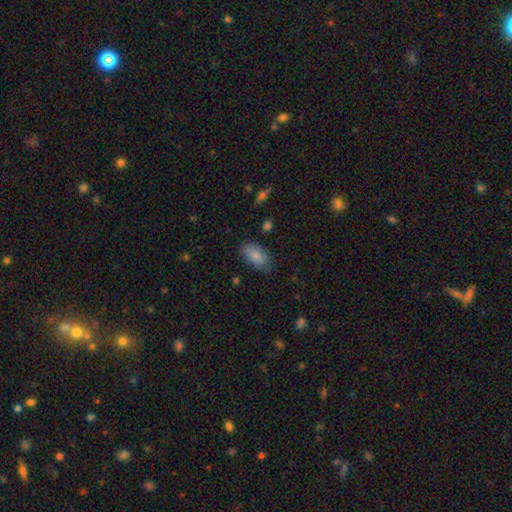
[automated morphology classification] Smooth or featured? smooth (83%)
How rounded? in between (93%)
Merging? none (78%)